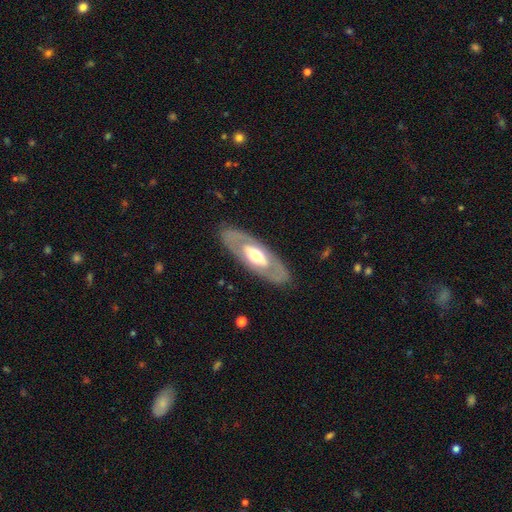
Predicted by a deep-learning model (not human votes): The model was most divided on "smooth or featured": featured or disk: 61%, smooth: 34%, star or artifact: 5%. More confident: merging — none (84%); edge-on disk — no (80%).